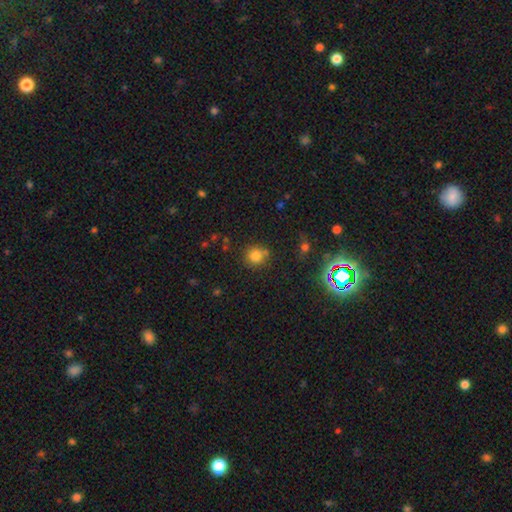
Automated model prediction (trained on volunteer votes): smooth-or-featured: smooth: 79% | star or artifact: 14% | featured or disk: 7%
  how-rounded: round: 86% | in between: 13% | cigar-shaped: 1%
  merging: none: 73% | minor disturbance: 14% | merger: 9% | major disturbance: 4%